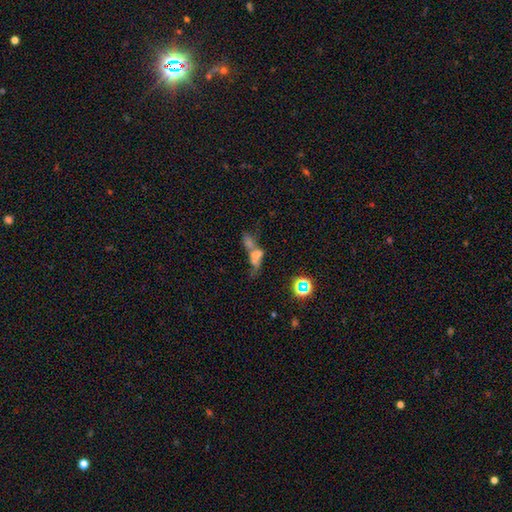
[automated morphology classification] A smooth galaxy with no disk features (52%) that is in between round and cigar-shaped (66%).

Vote fractions:
- Smooth or featured? smooth: 52% / featured or disk: 29% / star or artifact: 19%
- How rounded? in between: 66% / cigar-shaped: 22% / round: 12%
- Merging? merger: 63% / none: 15% / major disturbance: 14% / minor disturbance: 8%